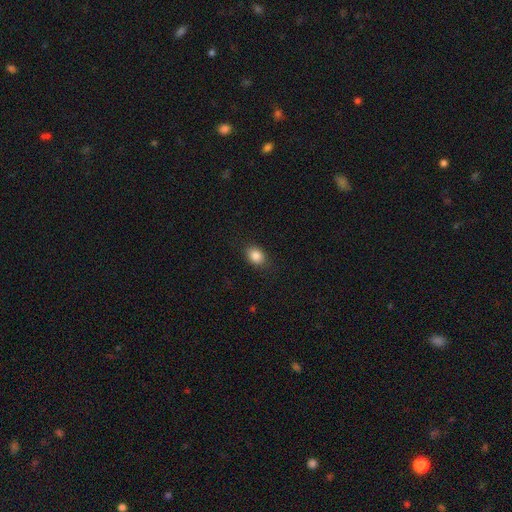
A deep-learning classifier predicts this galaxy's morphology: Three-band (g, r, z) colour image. It shows a smooth galaxy with no disk features (86%) that is in between round and cigar-shaped (64%). Merging: none (85%).